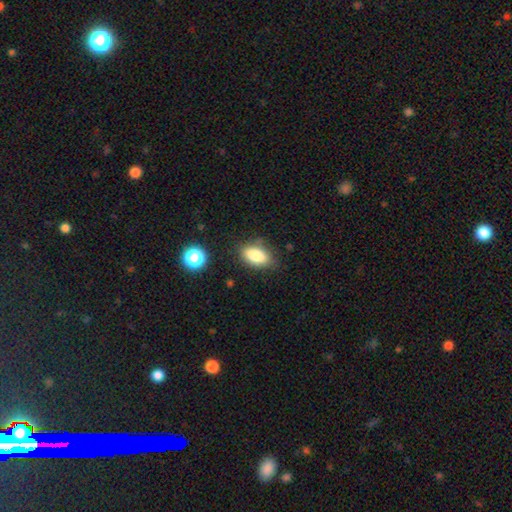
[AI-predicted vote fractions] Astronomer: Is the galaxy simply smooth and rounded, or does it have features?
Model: smooth — 84%.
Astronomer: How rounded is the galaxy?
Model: in between — 89%.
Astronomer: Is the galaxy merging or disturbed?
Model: none — 79%.